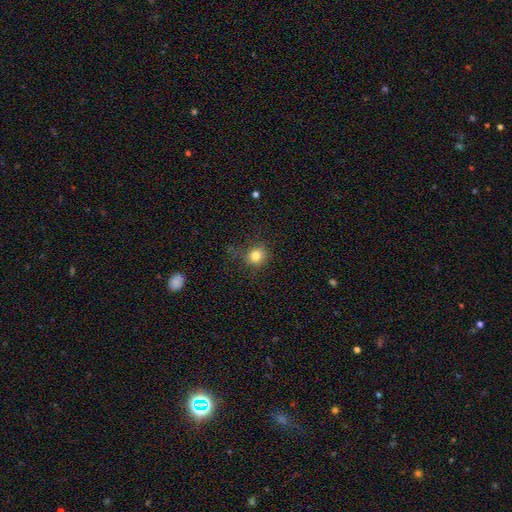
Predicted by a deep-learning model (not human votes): This is clearly a smooth galaxy (81%). How rounded: clearly round (88%). Merging: clearly none (81%).